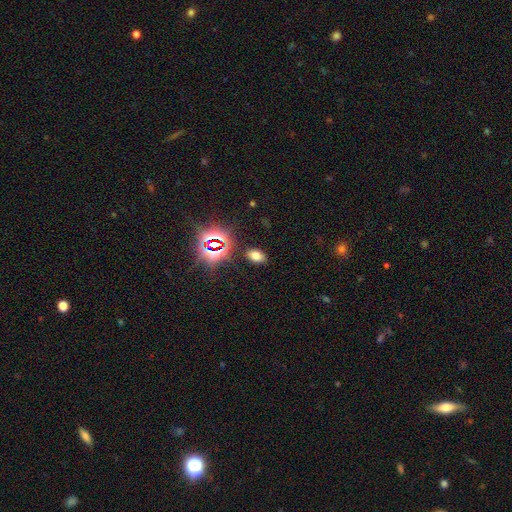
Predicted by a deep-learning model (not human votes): This is likely a smooth galaxy (66%). How rounded: clearly in between (87%). Merging: clearly none (86%).